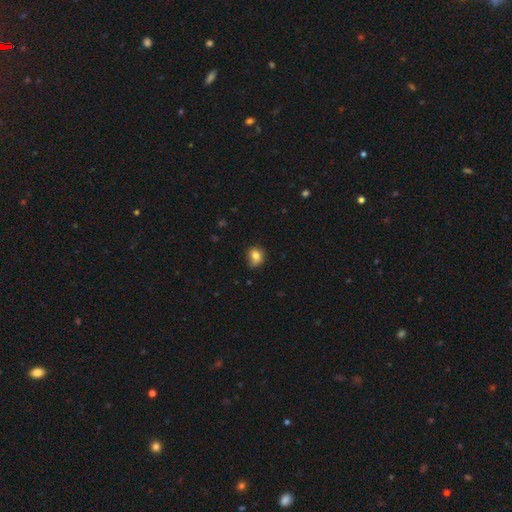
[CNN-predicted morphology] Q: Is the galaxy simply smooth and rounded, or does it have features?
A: smooth — 80%.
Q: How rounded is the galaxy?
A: round — 63%.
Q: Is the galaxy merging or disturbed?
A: none — 56%.